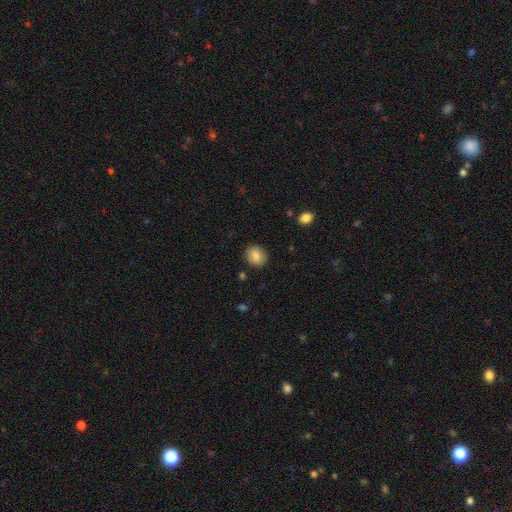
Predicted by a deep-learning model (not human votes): Overall: smooth (85%). How rounded: round (75%). Merging: none (89%).